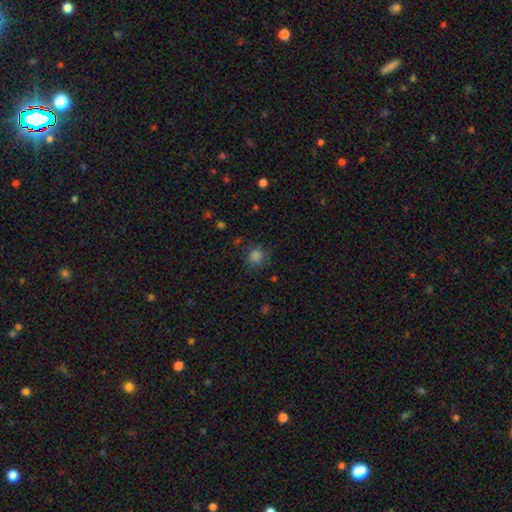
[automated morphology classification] Smooth or featured?
  - smooth: 79% *
  - star or artifact: 13%
  - featured or disk: 8%
How rounded?
  - round: 81% *
  - in between: 18%
  - cigar-shaped: 1%
Merging?
  - none: 71% *
  - minor disturbance: 18%
  - major disturbance: 9%
  - merger: 2%